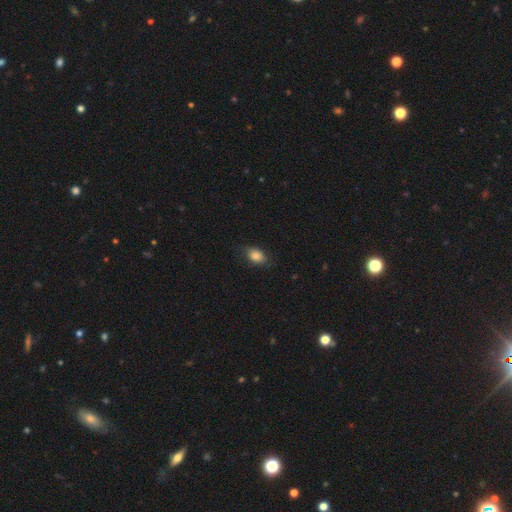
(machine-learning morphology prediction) Overall: smooth (85%). How rounded: in between (76%). Merging: none (77%).